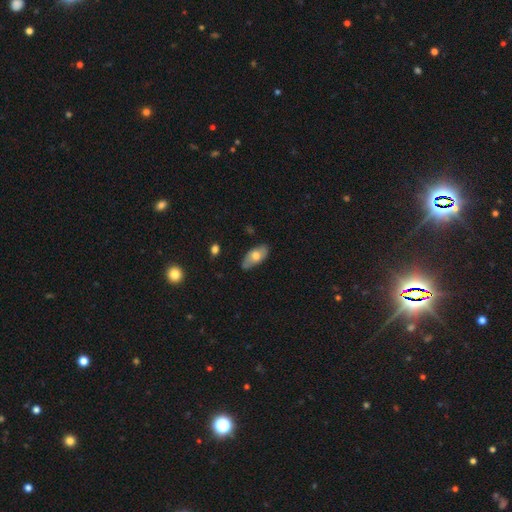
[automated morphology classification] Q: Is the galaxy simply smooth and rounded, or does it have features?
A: smooth — 64%.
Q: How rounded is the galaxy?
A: in between — 90%.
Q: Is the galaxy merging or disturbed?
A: none — 79%.